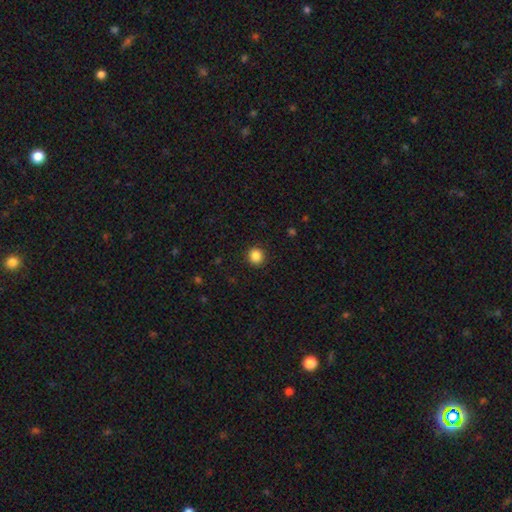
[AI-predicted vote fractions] smooth 86%, star or artifact 11%, featured or disk 3%. Down the decision tree: how rounded — round (92%); merging — none (91%).